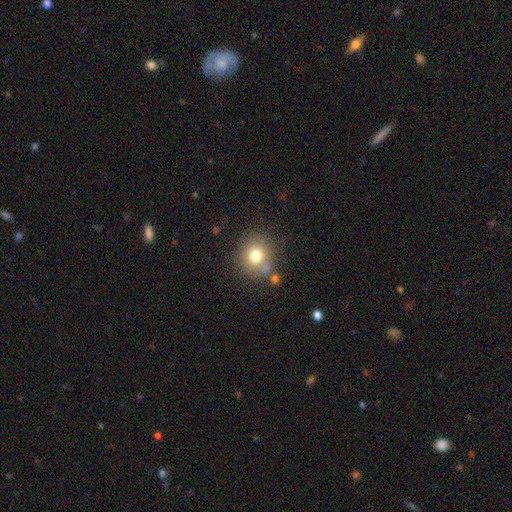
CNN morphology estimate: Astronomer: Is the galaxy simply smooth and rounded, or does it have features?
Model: smooth — 75%.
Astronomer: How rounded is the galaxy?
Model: round — 84%.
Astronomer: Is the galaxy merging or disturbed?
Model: none — 72%.